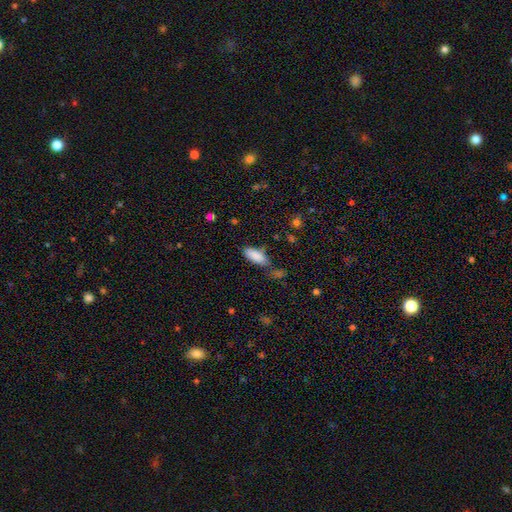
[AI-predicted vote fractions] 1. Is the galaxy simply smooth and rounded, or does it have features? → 86% smooth, 8% star or artifact, 6% featured or disk.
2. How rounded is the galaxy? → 85% in between, 13% cigar-shaped, 2% round.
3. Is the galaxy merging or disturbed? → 55% none, 27% minor disturbance, 10% merger, 8% major disturbance.